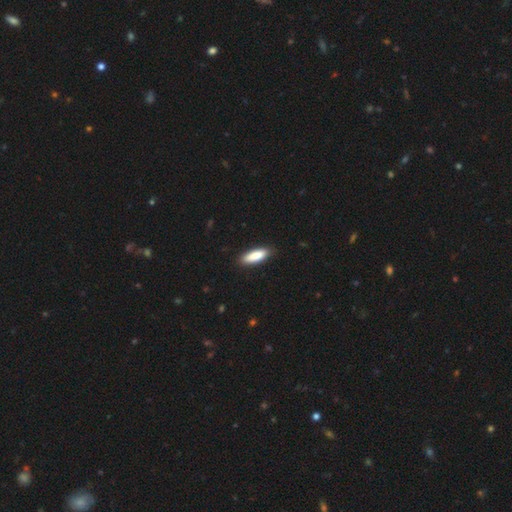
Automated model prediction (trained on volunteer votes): smooth 87%, featured or disk 8%, star or artifact 5%. Down the decision tree: how rounded — in between (52%); merging — none (88%).